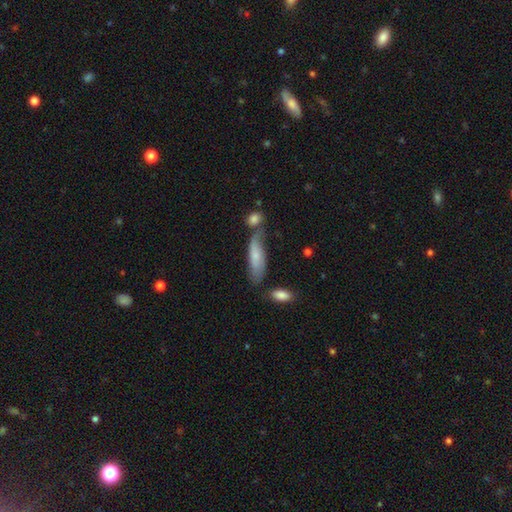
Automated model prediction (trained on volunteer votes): Smooth or featured? Predicted: smooth (p=0.63). How rounded? Predicted: cigar-shaped (p=0.49, tied with in between). Merging? Predicted: none (p=0.49).